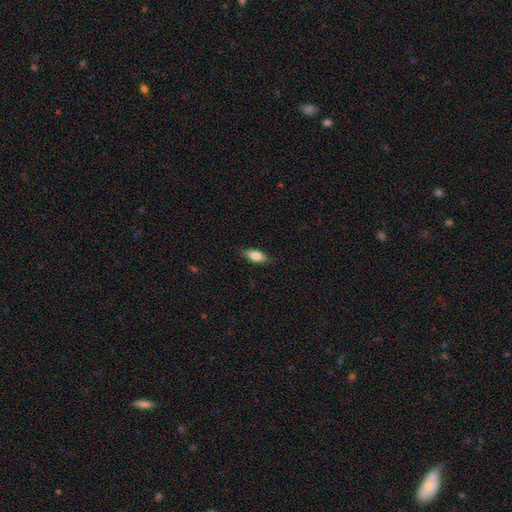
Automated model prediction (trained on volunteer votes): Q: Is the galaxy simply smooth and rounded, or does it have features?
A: smooth — 78%.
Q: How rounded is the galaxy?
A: in between — 79%.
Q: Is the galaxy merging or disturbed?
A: none — 84%.